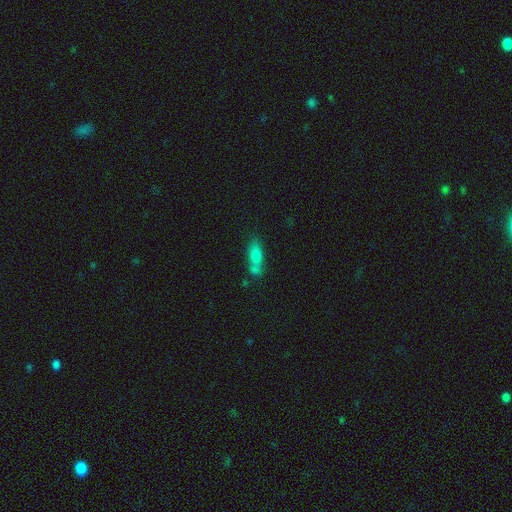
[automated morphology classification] Smooth or featured? Predicted: smooth (p=0.71). How rounded? Predicted: in between (p=0.66). Merging? Predicted: none (p=0.46).